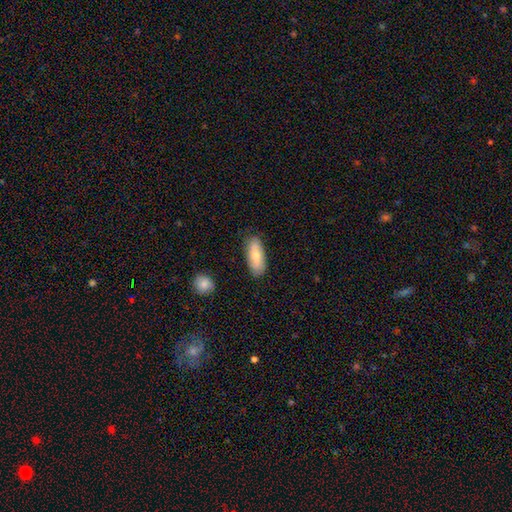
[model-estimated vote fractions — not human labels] smooth-or-featured: smooth: 73% | featured or disk: 21% | star or artifact: 6%
  how-rounded: in between: 81% | cigar-shaped: 17% | round: 2%
  merging: none: 83% | minor disturbance: 13% | major disturbance: 2% | merger: 2%